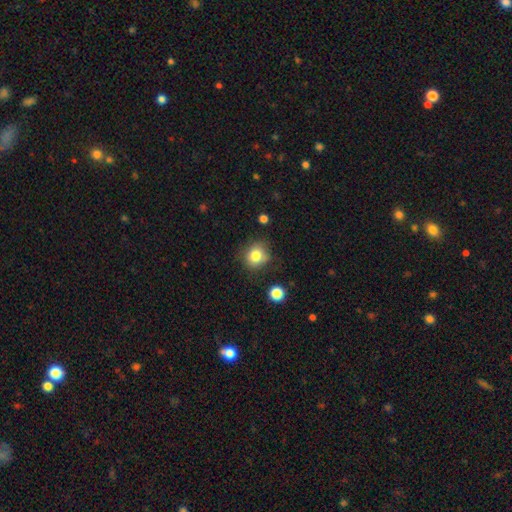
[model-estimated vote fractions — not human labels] Overall: smooth (81%). How rounded: round (81%). Merging: none (77%).